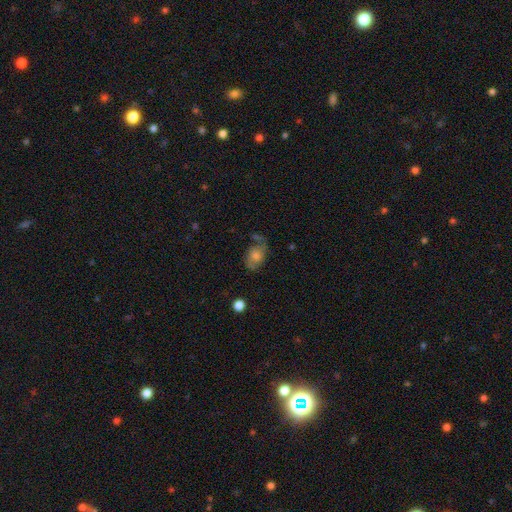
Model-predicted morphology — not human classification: Smooth or featured?
  - featured or disk: 49% *
  - smooth: 41%
  - star or artifact: 10%
Merging?
  - none: 54% *
  - minor disturbance: 24%
  - major disturbance: 17%
  - merger: 5%